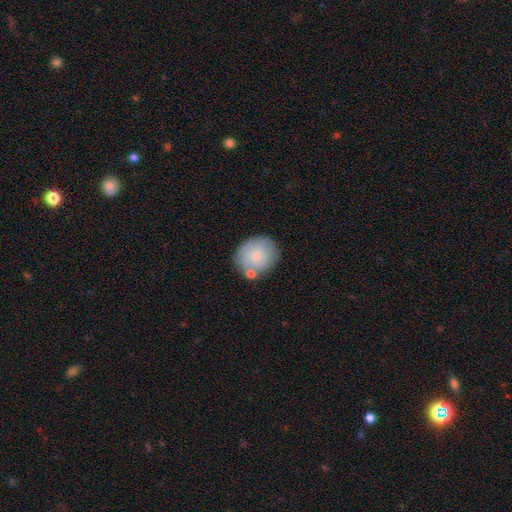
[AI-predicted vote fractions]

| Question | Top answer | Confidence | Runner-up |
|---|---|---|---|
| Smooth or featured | smooth | 69% | featured or disk (25%) |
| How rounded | round | 70% | in between (29%) |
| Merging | none | 63% | minor disturbance (19%) |